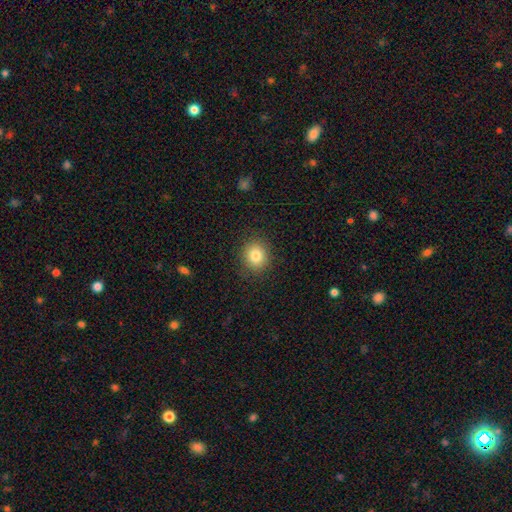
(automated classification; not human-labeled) Smooth or featured? Predicted: smooth (p=0.83). How rounded? Predicted: round (p=0.77). Merging? Predicted: none (p=0.89).